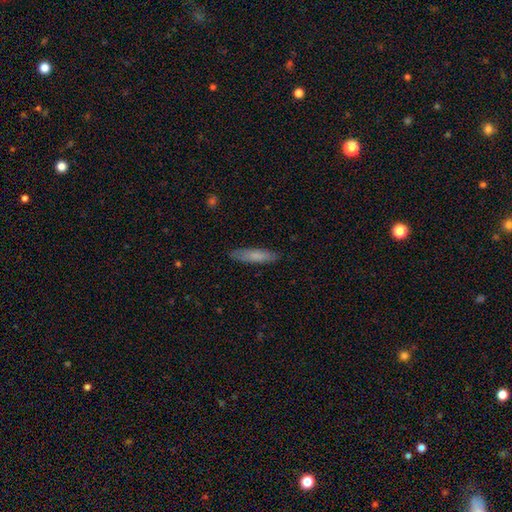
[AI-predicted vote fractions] Smooth or featured? Predicted: smooth (p=0.76). How rounded? Predicted: cigar-shaped (p=0.77). Merging? Predicted: none (p=0.86).